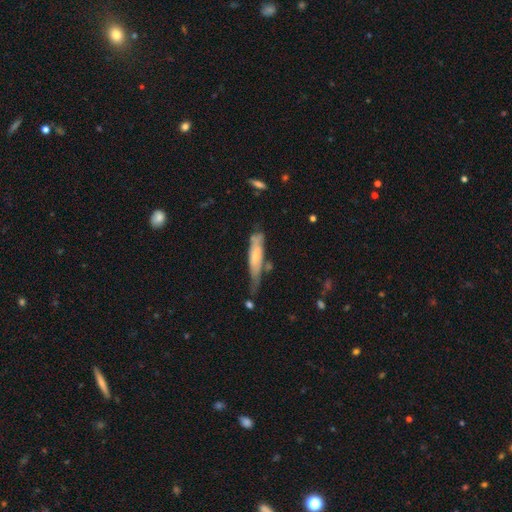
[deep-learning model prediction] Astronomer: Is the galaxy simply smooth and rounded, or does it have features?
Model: smooth — 57% (runner-up: featured or disk, 37%).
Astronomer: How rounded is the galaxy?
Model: cigar-shaped — 76%.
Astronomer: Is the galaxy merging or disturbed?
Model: none — 40% (runner-up: minor disturbance, 36%).